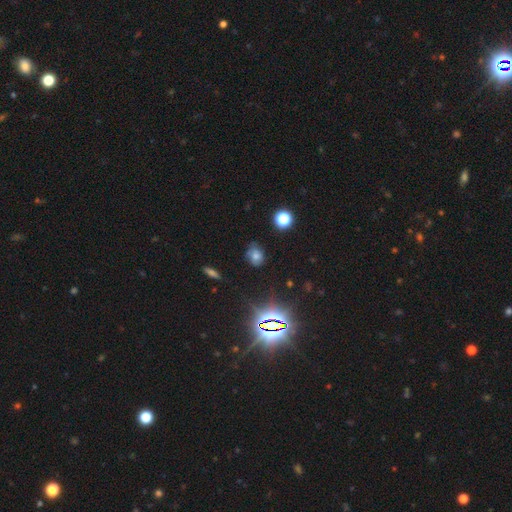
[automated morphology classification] Smooth or featured: smooth — 49% (star or artifact — 37%)
Merging: none — 70% (minor disturbance — 20%)